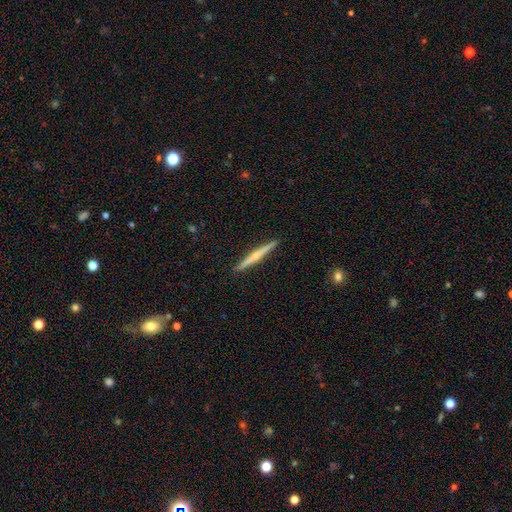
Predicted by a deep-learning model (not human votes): Smooth or featured? Predicted: featured or disk (p=0.66). Edge-on disk? Predicted: yes (p=0.98). Edge-on bulge? Predicted: rounded (p=0.69). Merging? Predicted: none (p=0.92).